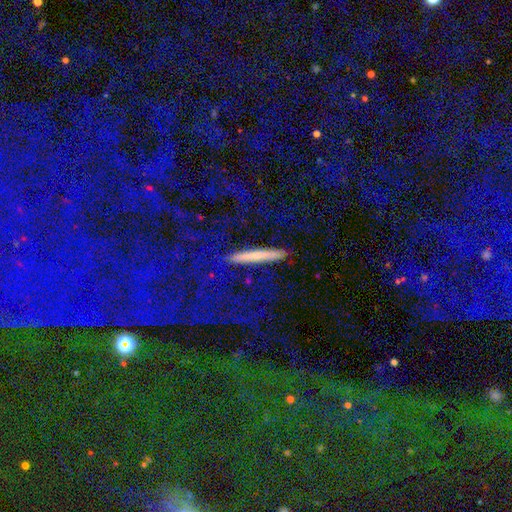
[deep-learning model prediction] smooth_or_featured: smooth (p=0.56) [alt: featured or disk p=0.31]
how_rounded: cigar-shaped (p=0.93) [alt: in between p=0.04]
merging: none (p=0.84) [alt: minor disturbance p=0.10]